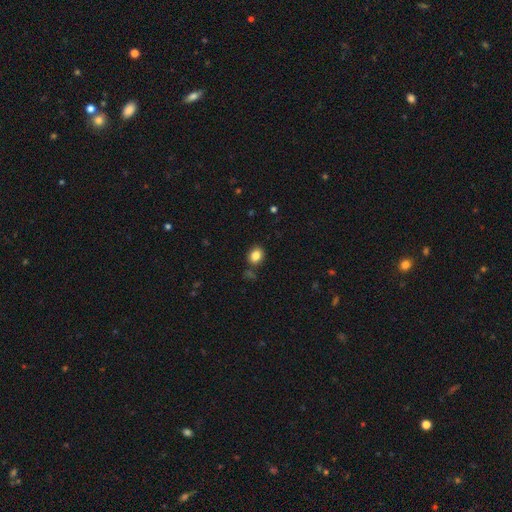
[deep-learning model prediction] Smooth or featured? smooth (84%)
How rounded? in between (52%)
Merging? none (81%)